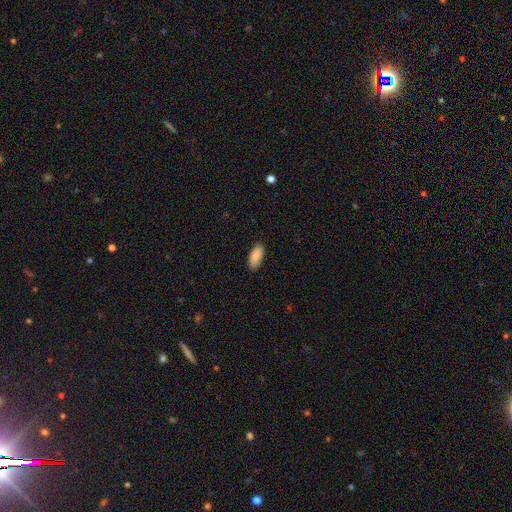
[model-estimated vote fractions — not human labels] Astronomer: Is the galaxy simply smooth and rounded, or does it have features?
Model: smooth — 88%.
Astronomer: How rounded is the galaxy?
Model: in between — 88%.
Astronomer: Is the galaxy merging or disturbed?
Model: none — 88%.